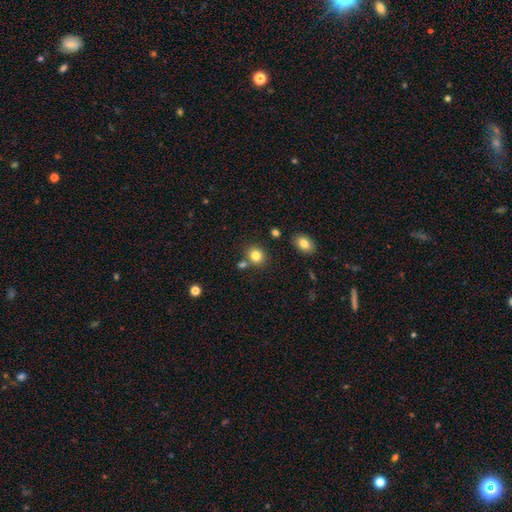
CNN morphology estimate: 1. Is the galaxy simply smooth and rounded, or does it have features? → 82% smooth, 11% star or artifact, 6% featured or disk.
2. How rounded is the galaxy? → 78% round, 21% in between, 1% cigar-shaped.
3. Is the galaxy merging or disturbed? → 75% none, 12% merger, 10% minor disturbance, 3% major disturbance.